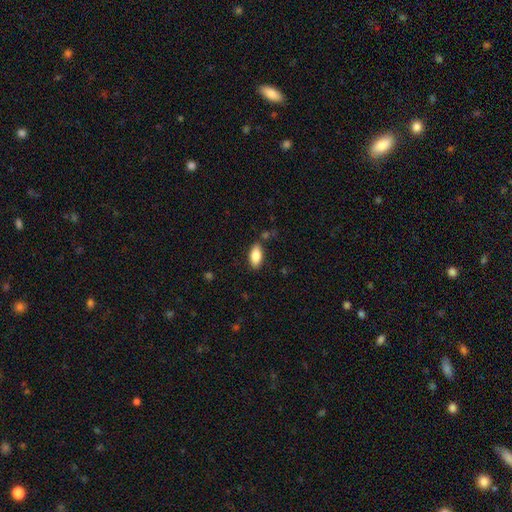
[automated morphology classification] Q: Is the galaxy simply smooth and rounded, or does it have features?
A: smooth — 84%.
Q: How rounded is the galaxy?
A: in between — 90%.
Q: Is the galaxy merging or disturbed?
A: none — 84%.